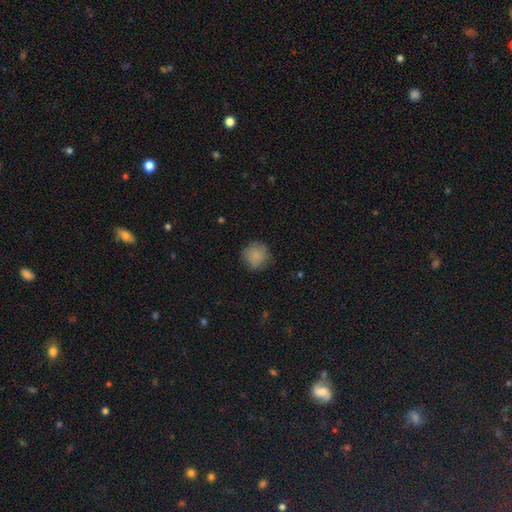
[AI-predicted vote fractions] Smooth or featured?
  - smooth: 85% *
  - star or artifact: 9%
  - featured or disk: 6%
How rounded?
  - round: 90% *
  - in between: 9%
  - cigar-shaped: 1%
Merging?
  - none: 77% *
  - minor disturbance: 17%
  - major disturbance: 4%
  - merger: 1%